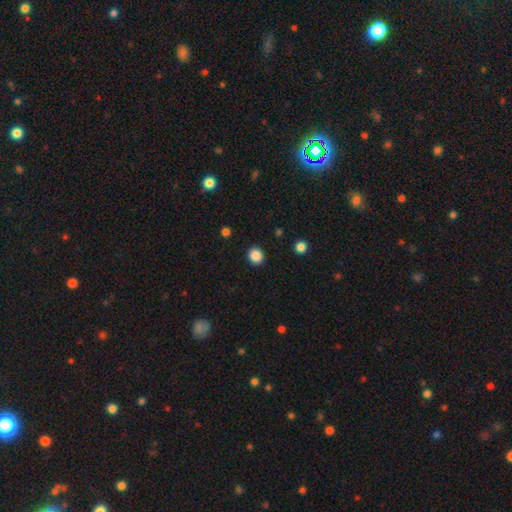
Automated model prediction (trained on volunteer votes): Q: Smooth or featured?
A: smooth (87%); runner-up: star or artifact (11%)
Q: How rounded?
A: round (87%); runner-up: in between (12%)
Q: Merging?
A: none (92%); runner-up: minor disturbance (5%)